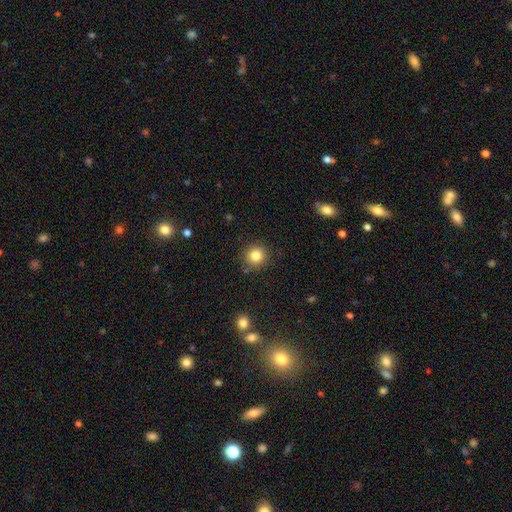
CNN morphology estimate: A smooth galaxy with no disk features (83%) that is round (92%).

Vote fractions:
- Smooth or featured? smooth: 83% / star or artifact: 11% / featured or disk: 6%
- How rounded? round: 92% / in between: 7% / cigar-shaped: 1%
- Merging? none: 87% / minor disturbance: 8% / major disturbance: 2% / merger: 2%